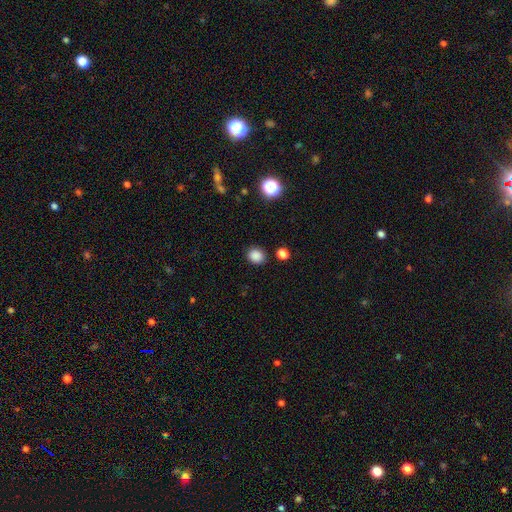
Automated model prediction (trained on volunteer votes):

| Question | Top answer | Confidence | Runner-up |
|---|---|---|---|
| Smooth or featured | smooth | 85% | star or artifact (12%) |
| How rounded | round | 72% | in between (27%) |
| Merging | none | 87% | minor disturbance (8%) |